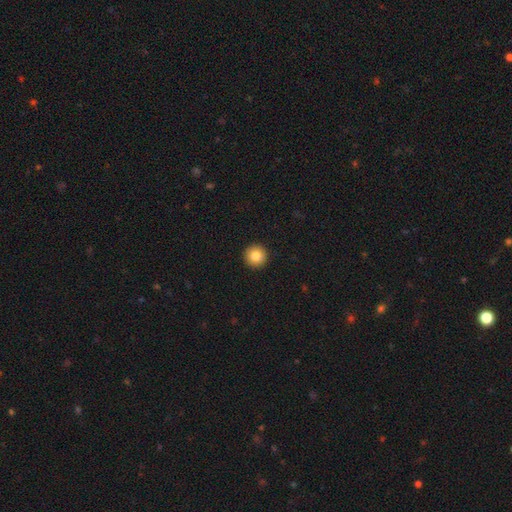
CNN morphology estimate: smooth_or_featured: smooth (p=0.83) [alt: star or artifact p=0.10]
how_rounded: round (p=0.96) [alt: in between p=0.03]
merging: none (p=0.94) [alt: minor disturbance p=0.04]